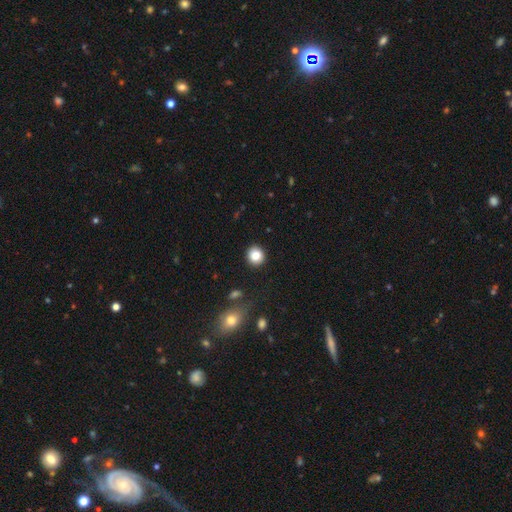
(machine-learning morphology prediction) smooth-or-featured: smooth: 83% | star or artifact: 10% | featured or disk: 7%
  how-rounded: round: 89% | in between: 10% | cigar-shaped: 1%
  merging: none: 91% | minor disturbance: 6% | major disturbance: 2% | merger: 2%